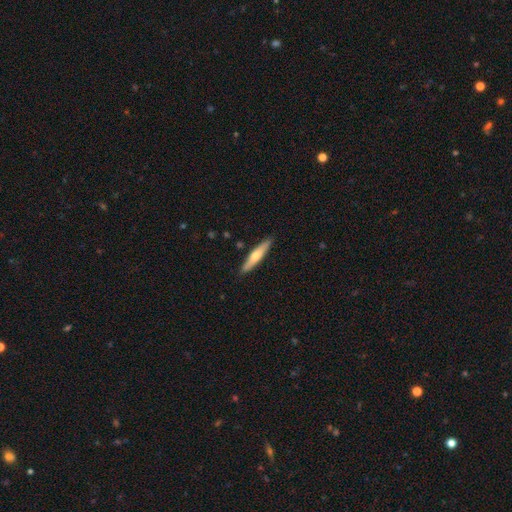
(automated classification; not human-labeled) The model was most divided on "smooth or featured": smooth: 54%, featured or disk: 41%, star or artifact: 5%. More confident: merging — none (89%); how rounded — cigar-shaped (87%).